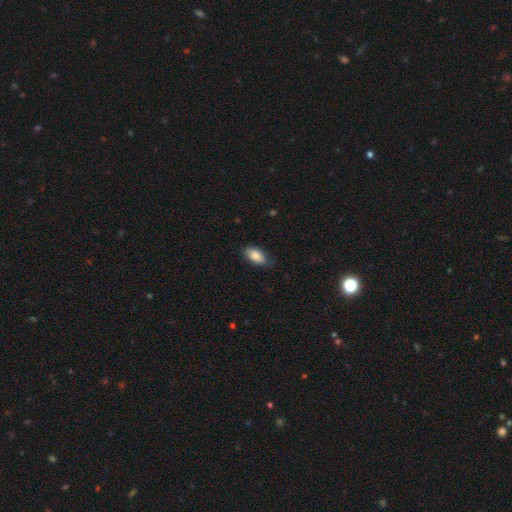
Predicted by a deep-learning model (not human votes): Smooth or featured? smooth (84%)
How rounded? in between (91%)
Merging? none (75%)